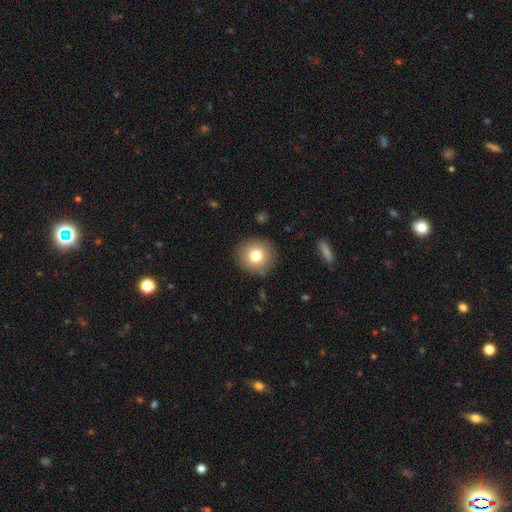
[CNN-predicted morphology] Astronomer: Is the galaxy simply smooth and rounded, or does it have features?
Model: smooth — 77%.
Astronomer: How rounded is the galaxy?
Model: round — 93%.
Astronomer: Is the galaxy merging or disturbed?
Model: none — 88%.